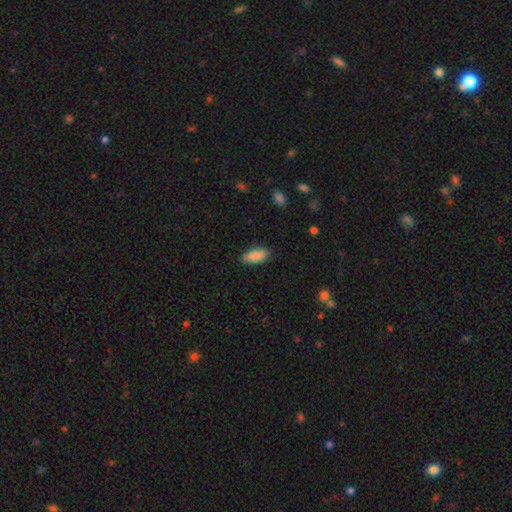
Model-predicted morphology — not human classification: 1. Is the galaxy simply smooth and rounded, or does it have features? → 88% smooth, 6% star or artifact, 6% featured or disk.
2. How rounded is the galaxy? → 86% in between, 12% cigar-shaped, 2% round.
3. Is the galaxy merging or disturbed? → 84% none, 13% minor disturbance, 2% major disturbance, 1% merger.